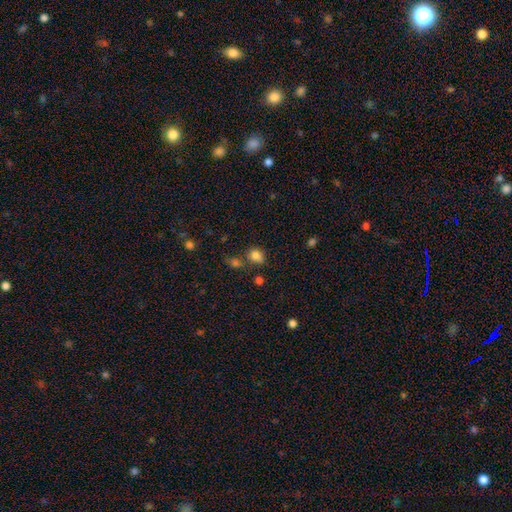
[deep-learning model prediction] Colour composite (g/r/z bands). It shows a smooth galaxy with no disk features (79%) that is round (55%). Merging: none (57%).